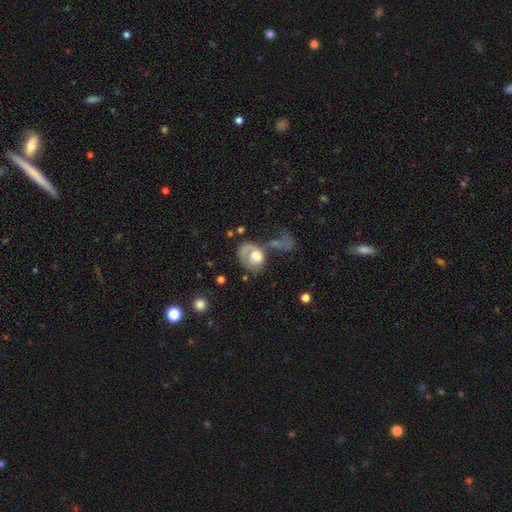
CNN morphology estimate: Overall: smooth (48%; featured or disk 44%). Merging: major disturbance (39%; none 26%).